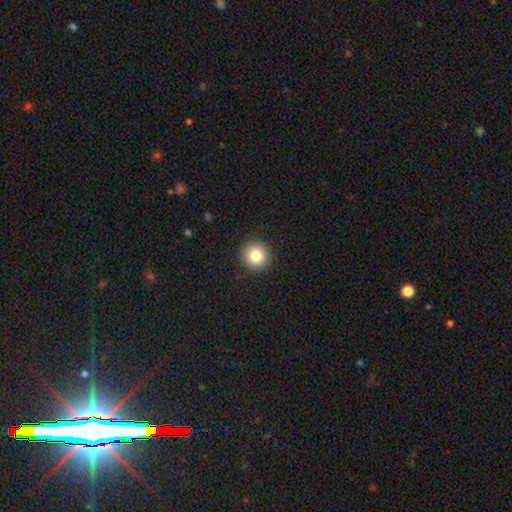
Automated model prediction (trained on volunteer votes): smooth_or_featured: smooth (p=0.82) [alt: star or artifact p=0.11]
how_rounded: round (p=0.95) [alt: in between p=0.04]
merging: none (p=0.92) [alt: minor disturbance p=0.05]